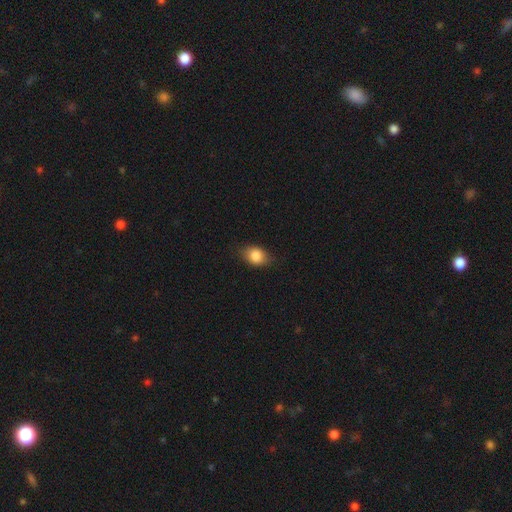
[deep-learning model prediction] This appears to be a smooth galaxy with no disk features (84%) that is in between round and cigar-shaped (68%). Merging: none (77%).